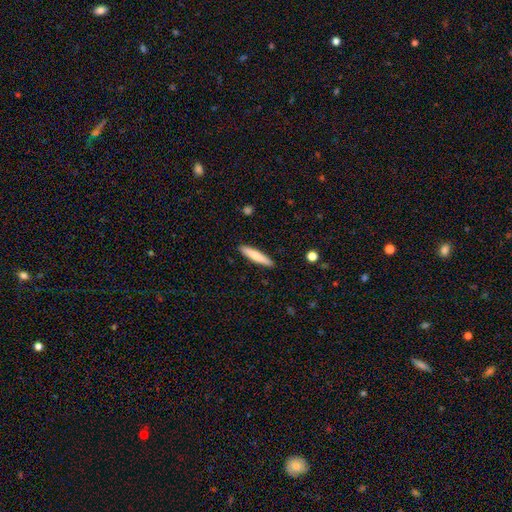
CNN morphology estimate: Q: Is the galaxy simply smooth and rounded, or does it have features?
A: smooth — 75%.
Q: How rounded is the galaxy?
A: cigar-shaped — 89%.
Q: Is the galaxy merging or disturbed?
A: none — 90%.